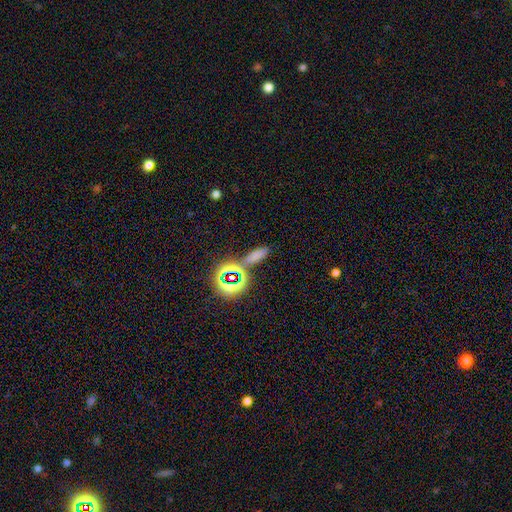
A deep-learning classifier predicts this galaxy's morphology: A smooth galaxy with no disk features (58%) that is in between round and cigar-shaped (52%).

Vote fractions:
- Smooth or featured? smooth: 58% / star or artifact: 33% / featured or disk: 9%
- How rounded? in between: 52% / cigar-shaped: 38% / round: 9%
- Merging? none: 70% / merger: 14% / minor disturbance: 11% / major disturbance: 5%